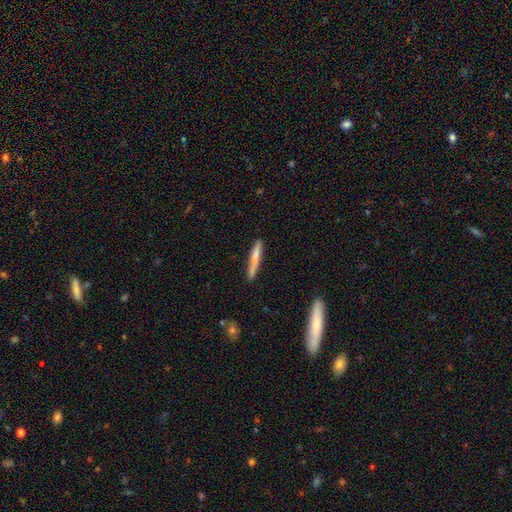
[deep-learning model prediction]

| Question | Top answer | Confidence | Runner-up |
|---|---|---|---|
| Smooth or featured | smooth | 62% | featured or disk (31%) |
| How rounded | cigar-shaped | 95% | in between (4%) |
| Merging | none | 83% | minor disturbance (12%) |